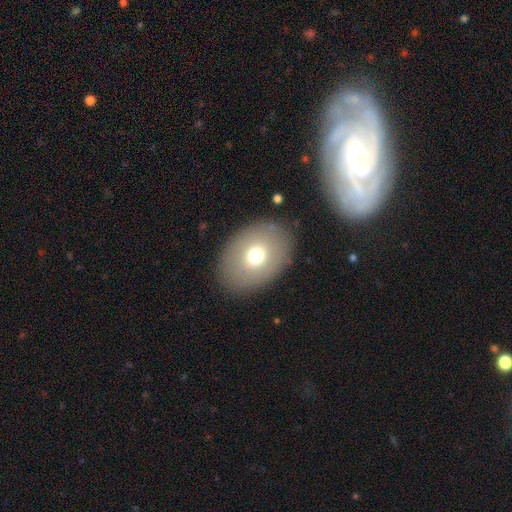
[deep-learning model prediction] The model was most divided on "how rounded": in between: 72%, round: 27%, cigar-shaped: 1%. More confident: merging — none (86%); smooth or featured — smooth (69%).